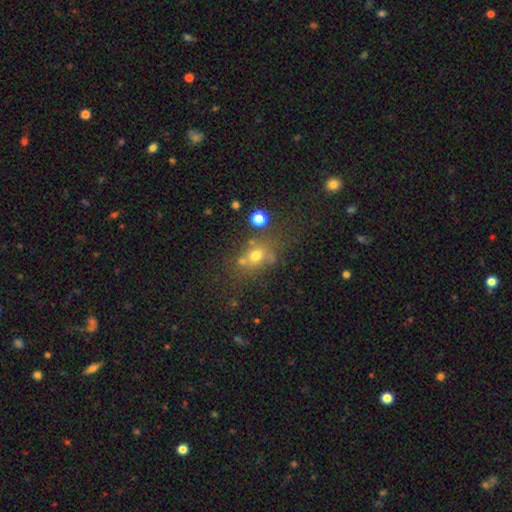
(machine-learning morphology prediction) Smooth or featured? Predicted: smooth (p=0.65). How rounded? Predicted: round (p=0.57). Merging? Predicted: none (p=0.58).